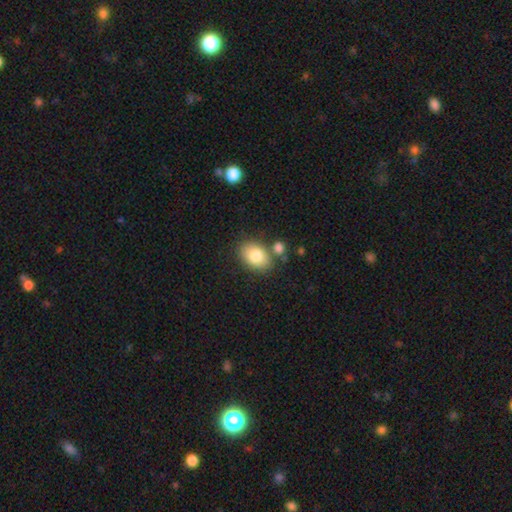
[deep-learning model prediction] This is clearly a smooth galaxy (82%). How rounded: clearly in between (81%). Merging: likely none (70%).